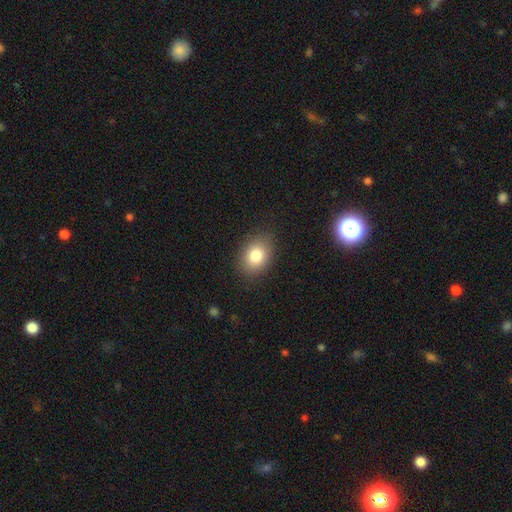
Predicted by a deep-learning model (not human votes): Smooth or featured: smooth — 81% (star or artifact — 10%)
How rounded: in between — 64% (round — 35%)
Merging: none — 86% (minor disturbance — 10%)